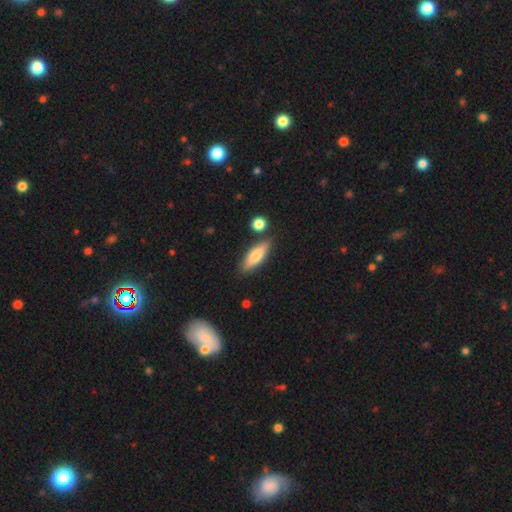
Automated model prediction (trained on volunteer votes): Smooth or featured? smooth (67%)
How rounded? cigar-shaped (52%)
Merging? none (82%)